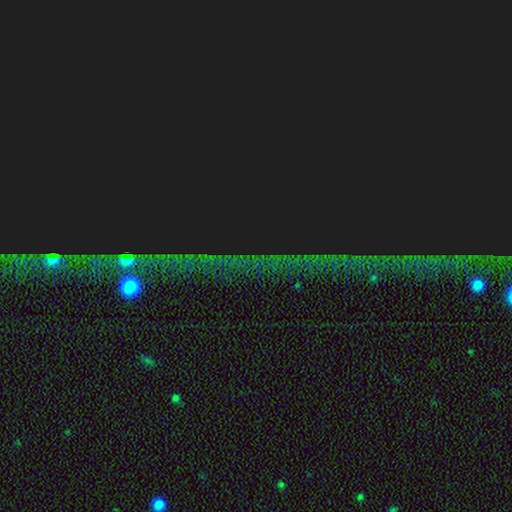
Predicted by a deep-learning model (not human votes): Q: Smooth or featured?
A: star or artifact (85%); runner-up: featured or disk (8%)